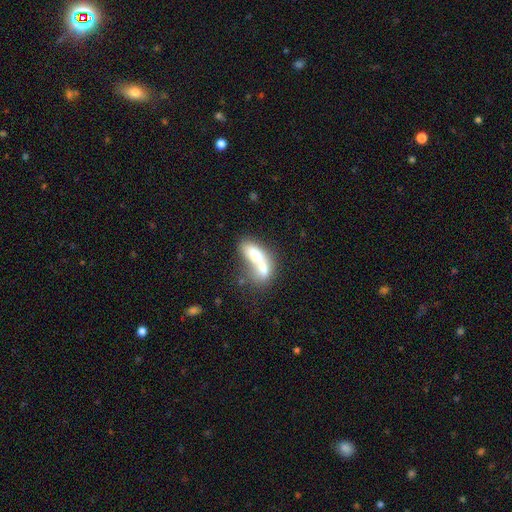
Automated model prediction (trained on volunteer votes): smooth_or_featured: smooth (p=0.66) [alt: featured or disk p=0.26]
how_rounded: in between (p=0.70) [alt: cigar-shaped p=0.25]
merging: merger (p=0.65) [alt: none p=0.17]